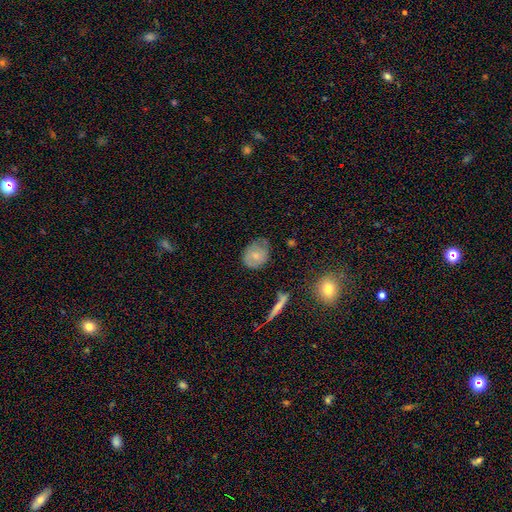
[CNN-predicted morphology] smooth 65%, featured or disk 26%, star or artifact 8%. Down the decision tree: how rounded — round (57%); merging — none (56%).